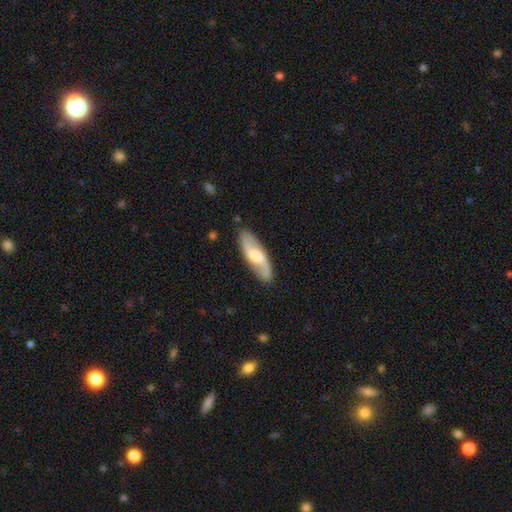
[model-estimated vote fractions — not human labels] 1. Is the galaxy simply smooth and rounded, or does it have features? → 73% featured or disk, 22% smooth, 5% star or artifact.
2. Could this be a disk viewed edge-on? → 88% no, 12% yes.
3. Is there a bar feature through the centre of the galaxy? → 46% weak, 41% no, 13% strong.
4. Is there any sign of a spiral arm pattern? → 94% yes, 6% no.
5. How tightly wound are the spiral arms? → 53% loose, 37% medium, 11% tight.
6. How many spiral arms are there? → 91% 2, 4% can't tell, 2% 1, 1% 3, 1% 4, 1% more than 4.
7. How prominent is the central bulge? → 44% moderate, 23% large, 18% small, 12% none, 2% dominant.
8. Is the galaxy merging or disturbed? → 85% none, 11% minor disturbance, 3% major disturbance, 1% merger.